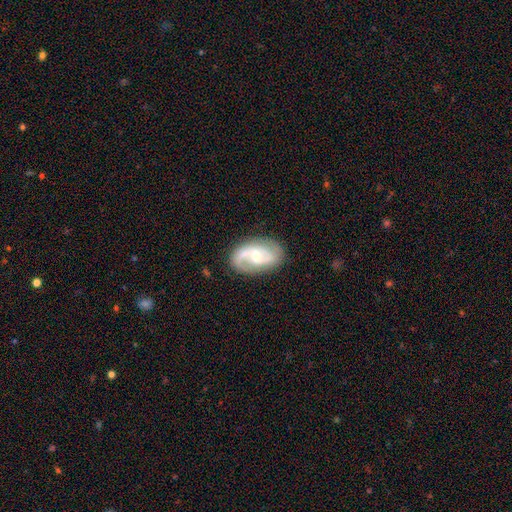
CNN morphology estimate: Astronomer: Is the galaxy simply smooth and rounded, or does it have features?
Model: featured or disk — 80%.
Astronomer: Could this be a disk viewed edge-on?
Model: no — 97%.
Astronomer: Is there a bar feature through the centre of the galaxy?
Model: weak — 49% (runner-up: no, 35%).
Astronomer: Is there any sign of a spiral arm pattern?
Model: yes — 93%.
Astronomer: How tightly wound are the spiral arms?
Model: medium — 46% (runner-up: loose, 37%).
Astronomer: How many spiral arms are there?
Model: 2 — 81%.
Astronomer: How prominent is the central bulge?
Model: small — 44%, tied with moderate at 44%.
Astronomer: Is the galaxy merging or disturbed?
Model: none — 74%.